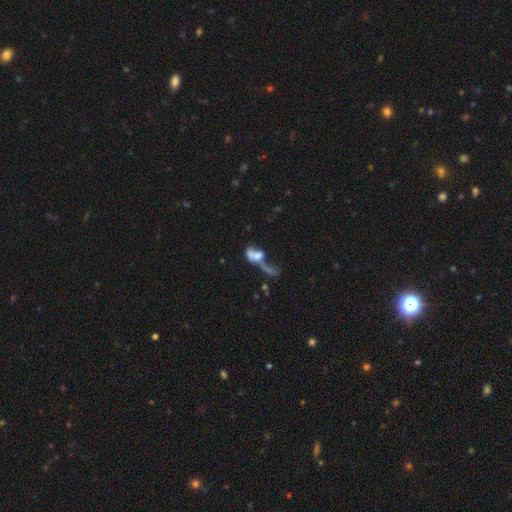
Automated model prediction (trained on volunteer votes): Smooth or featured: smooth — 49% (featured or disk — 37%)
Merging: merger — 57% (major disturbance — 23%)